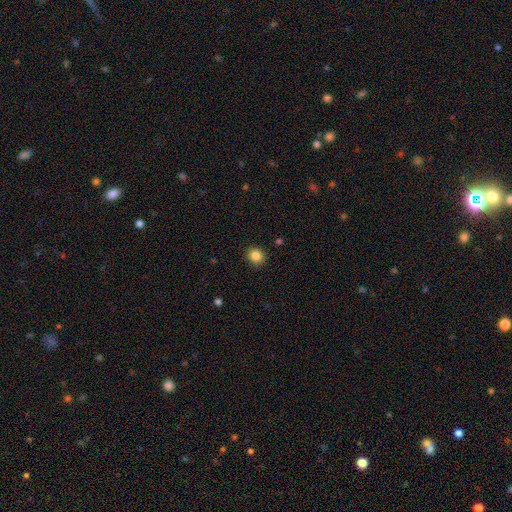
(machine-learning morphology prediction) A smooth galaxy with no disk features (84%) that is round (84%).

Vote fractions:
- Smooth or featured? smooth: 84% / star or artifact: 11% / featured or disk: 5%
- How rounded? round: 84% / in between: 15% / cigar-shaped: 1%
- Merging? none: 91% / minor disturbance: 6% / major disturbance: 2% / merger: 1%